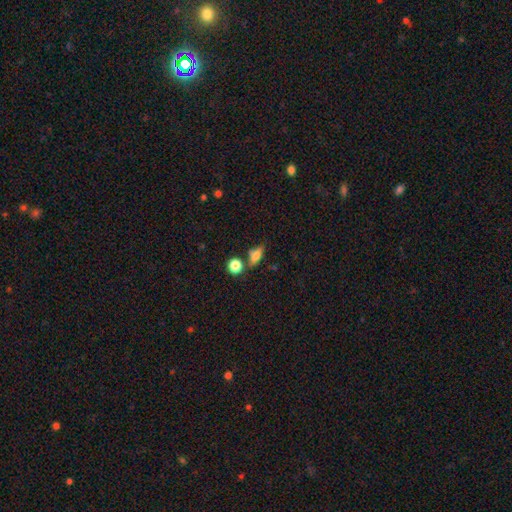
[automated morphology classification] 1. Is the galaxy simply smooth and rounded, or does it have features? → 67% smooth, 21% featured or disk, 12% star or artifact.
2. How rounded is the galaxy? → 62% in between, 24% cigar-shaped, 15% round.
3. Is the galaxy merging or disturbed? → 62% none, 18% minor disturbance, 14% merger, 6% major disturbance.